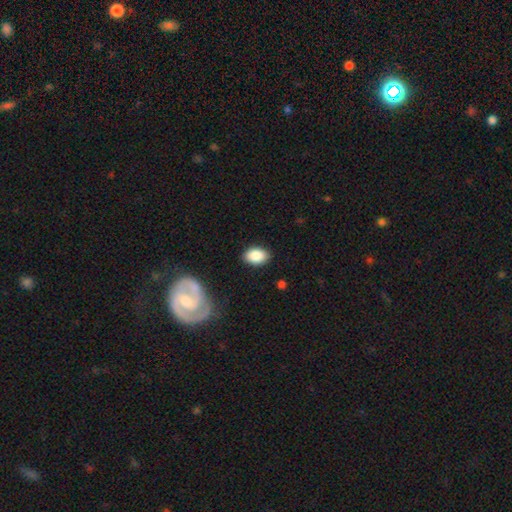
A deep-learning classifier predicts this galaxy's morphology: Overall: smooth (87%). How rounded: in between (86%). Merging: none (86%).